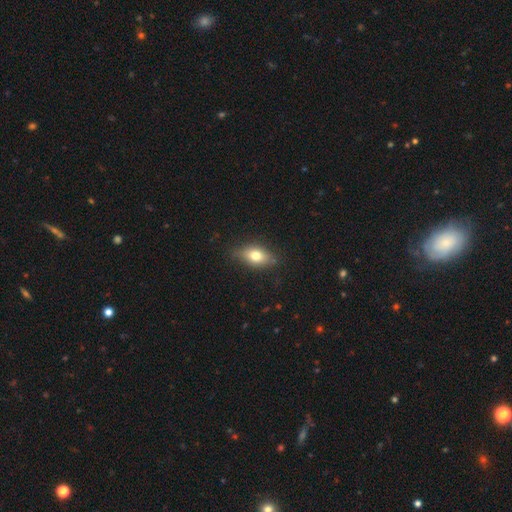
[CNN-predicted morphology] Q: Smooth or featured?
A: smooth (73%); runner-up: featured or disk (18%)
Q: How rounded?
A: in between (81%); runner-up: round (13%)
Q: Merging?
A: none (77%); runner-up: minor disturbance (18%)